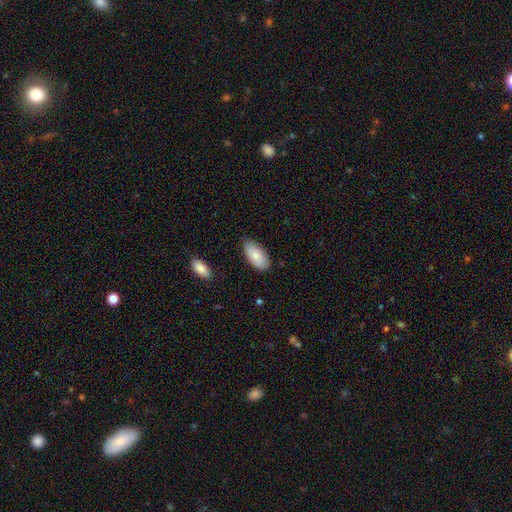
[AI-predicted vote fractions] This is clearly a smooth galaxy (84%). How rounded: clearly in between (94%). Merging: likely none (76%).